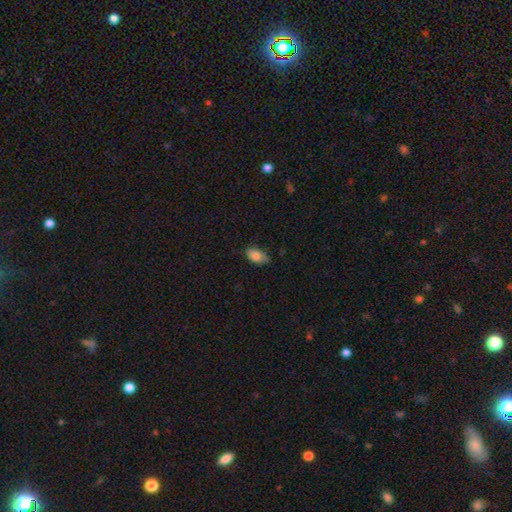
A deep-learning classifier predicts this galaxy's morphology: Overall: smooth (83%). How rounded: in between (92%). Merging: none (74%).